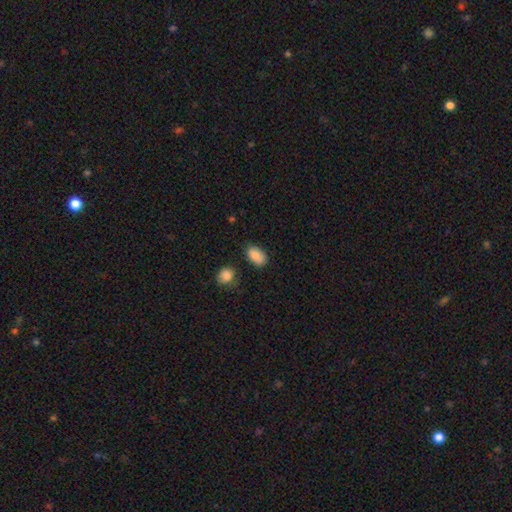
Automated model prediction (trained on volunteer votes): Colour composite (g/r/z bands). It shows a smooth galaxy with no disk features (87%) that is in between round and cigar-shaped (90%). Merging: none (77%).